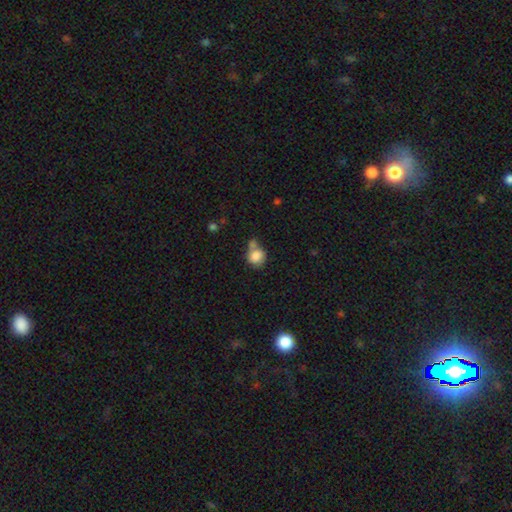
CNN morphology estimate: Smooth or featured: smooth — 83% (star or artifact — 8%)
How rounded: round — 74% (in between — 25%)
Merging: none — 39% (merger — 36%)